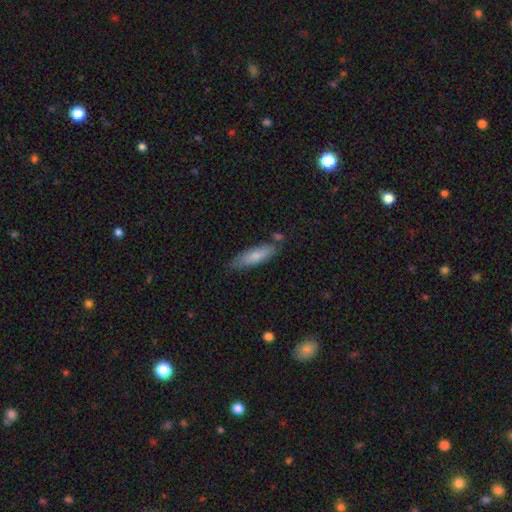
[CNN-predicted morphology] smooth-or-featured: smooth: 76% | featured or disk: 18% | star or artifact: 6%
  how-rounded: cigar-shaped: 65% | in between: 34% | round: 2%
  merging: none: 73% | minor disturbance: 18% | merger: 6% | major disturbance: 3%